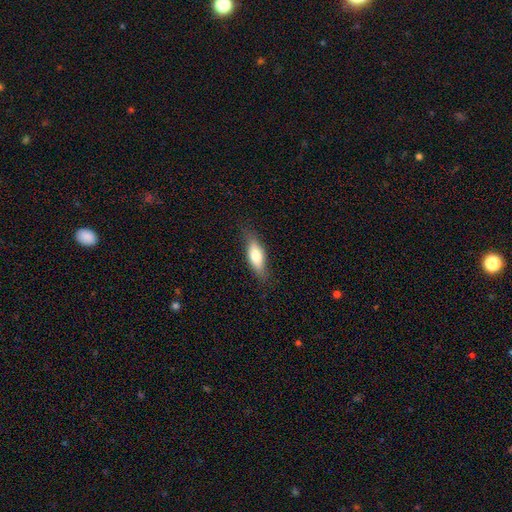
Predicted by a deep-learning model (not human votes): This appears to be a smooth galaxy with no disk features (67%) that is in between round and cigar-shaped (65%). Merging: none (77%).